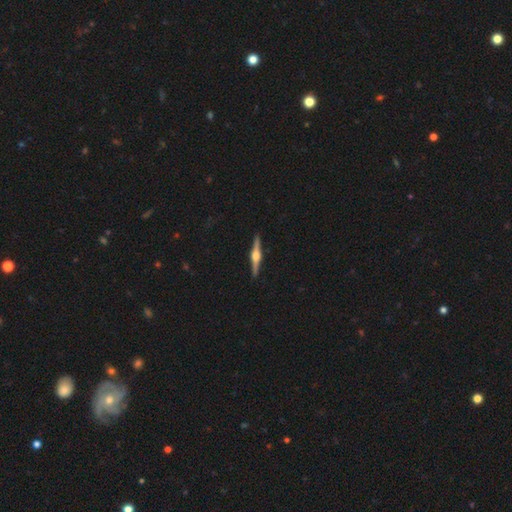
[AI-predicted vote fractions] Smooth or featured? featured or disk (83%)
Edge-on disk? yes (98%)
Edge-on bulge? rounded (94%)
Merging? none (92%)